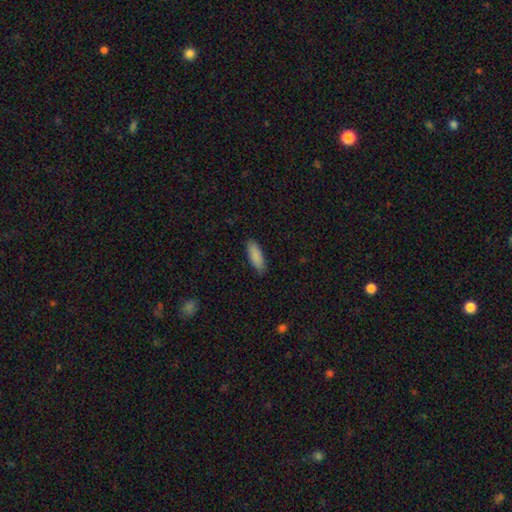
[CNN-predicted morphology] This is clearly a smooth galaxy (88%). How rounded: likely in between (64%). Merging: clearly none (85%).